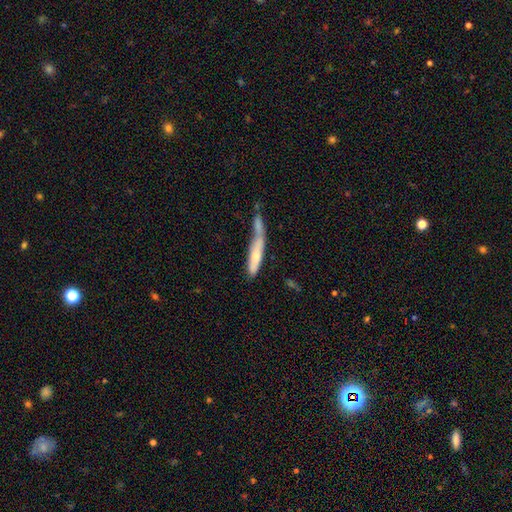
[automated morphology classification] smooth 61%, featured or disk 33%, star or artifact 7%. Down the decision tree: how rounded — cigar-shaped (86%); merging — merger (39%).